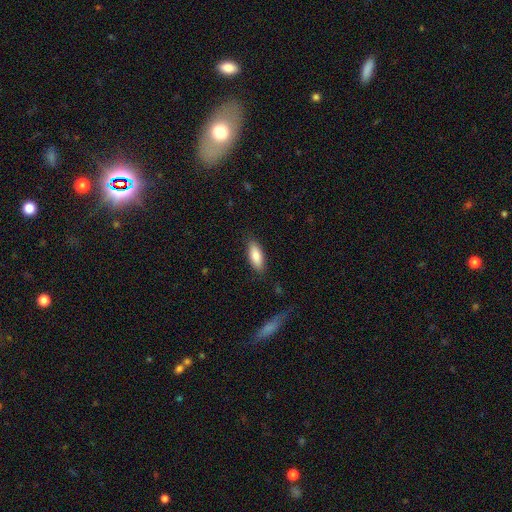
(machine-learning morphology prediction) This appears to be a smooth galaxy with no disk features (83%) that is in between round and cigar-shaped (75%). Merging: none (85%).